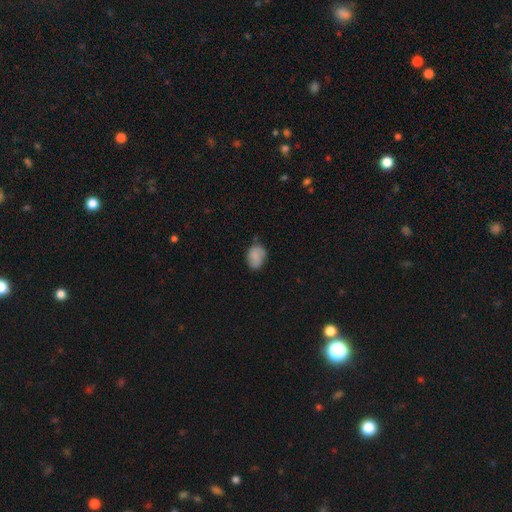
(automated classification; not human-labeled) smooth-or-featured: smooth: 70% | featured or disk: 21% | star or artifact: 9%
  how-rounded: in between: 66% | round: 33% | cigar-shaped: 1%
  merging: none: 64% | minor disturbance: 27% | major disturbance: 7% | merger: 2%